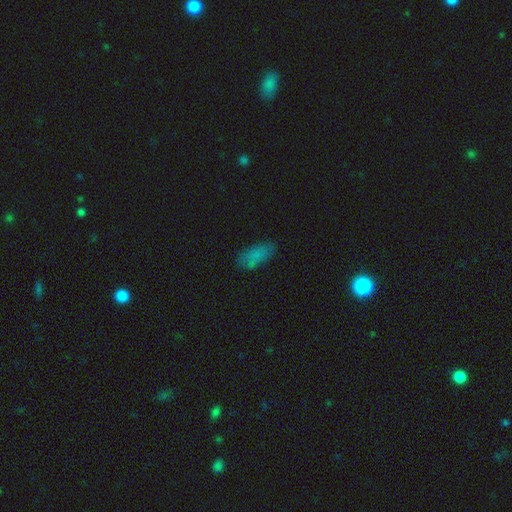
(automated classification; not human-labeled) smooth_or_featured: smooth (p=0.75) [alt: featured or disk p=0.12]
how_rounded: in between (p=0.84) [alt: cigar-shaped p=0.13]
merging: none (p=0.70) [alt: minor disturbance p=0.20]